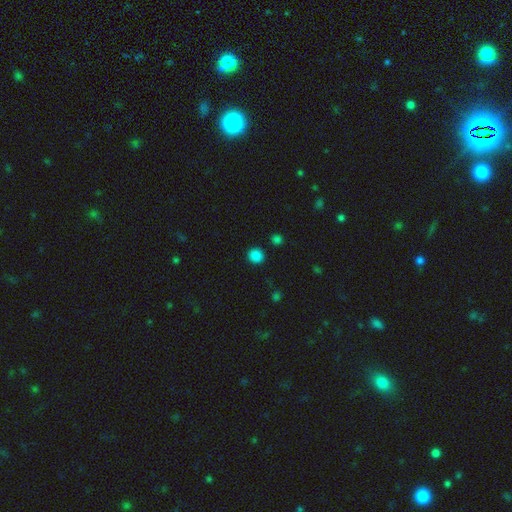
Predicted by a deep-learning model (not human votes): A smooth galaxy with no disk features (85%) that is round (90%).

Vote fractions:
- Smooth or featured? smooth: 85% / star or artifact: 12% / featured or disk: 3%
- How rounded? round: 90% / in between: 9% / cigar-shaped: 1%
- Merging? none: 90% / minor disturbance: 6% / major disturbance: 2% / merger: 2%